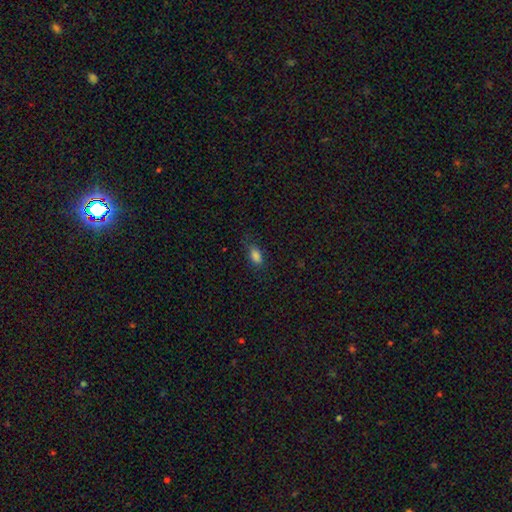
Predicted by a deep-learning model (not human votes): Smooth or featured? Predicted: smooth (p=0.85). How rounded? Predicted: in between (p=0.88). Merging? Predicted: none (p=0.73).